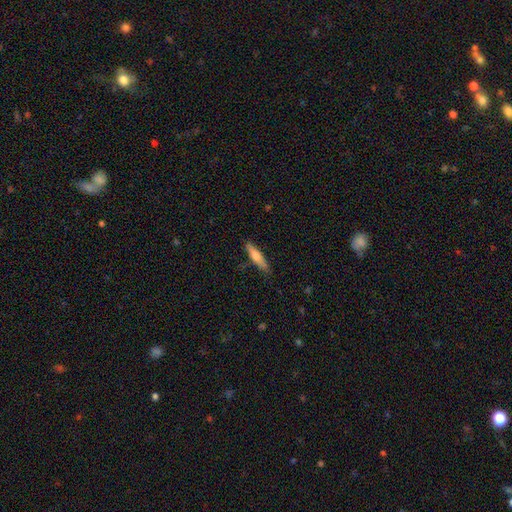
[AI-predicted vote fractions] This is possibly a smooth galaxy (56%). How rounded: clearly cigar-shaped (83%). Merging: clearly none (84%).